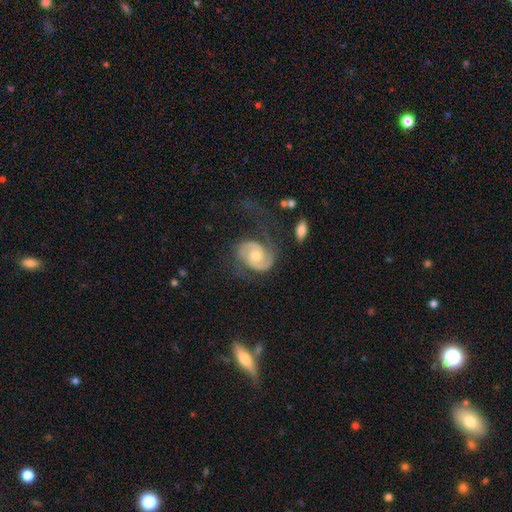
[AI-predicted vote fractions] The model was most divided on "spiral winding": medium: 44%, tight: 36%, loose: 20%. More confident: edge-on disk — no (98%); spiral arms — yes (95%); spiral arm count — 2 (86%); smooth or featured — featured or disk (83%); bulge size — moderate (68%); bar — no (66%); merging — none (55%).